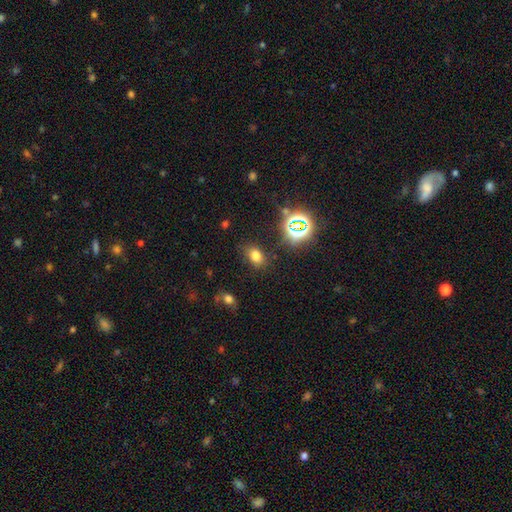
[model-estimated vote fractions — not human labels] This is likely a smooth galaxy (70%). How rounded: likely in between (75%). Merging: likely none (79%).